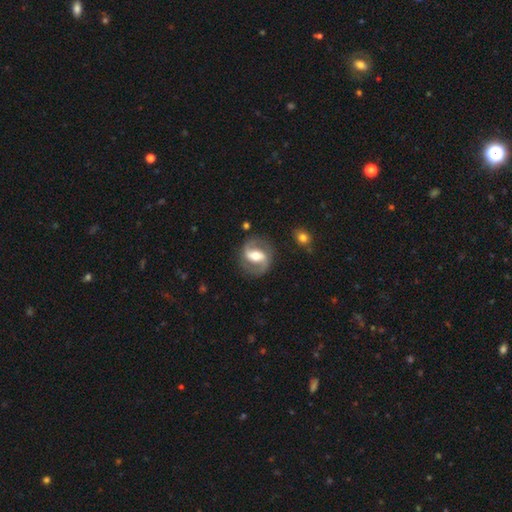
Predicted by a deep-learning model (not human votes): Smooth or featured? Predicted: featured or disk (p=0.81). Edge-on disk? Predicted: no (p=0.96). Bar? Predicted: strong (p=0.48). Spiral arms? Predicted: yes (p=0.89). Spiral winding? Predicted: medium (p=0.51). Spiral arm count? Predicted: 2 (p=0.91). Bulge size? Predicted: moderate (p=0.69). Merging? Predicted: none (p=0.82).